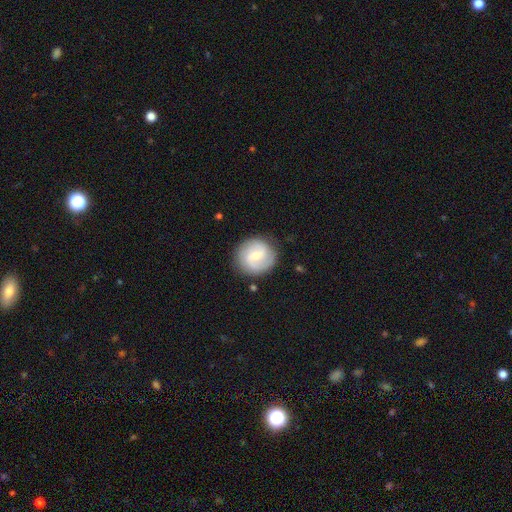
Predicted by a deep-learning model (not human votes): smooth-or-featured: featured or disk: 68% | smooth: 26% | star or artifact: 6%
  disk-edge-on: no: 98% | yes: 2%
    bar: weak: 55% | no: 31% | strong: 14%
    has-spiral-arms: yes: 92% | no: 8%
      spiral-winding: medium: 45% | tight: 32% | loose: 22%
      spiral-arm-count: 2: 80% | can't tell: 9% | 3: 5% | 1: 2% | 4: 2% | more than 4: 2%
    bulge-size: small: 49% | moderate: 46% | large: 2% | none: 2% | dominant: 1%
  merging: none: 85% | minor disturbance: 10% | major disturbance: 3% | merger: 1%